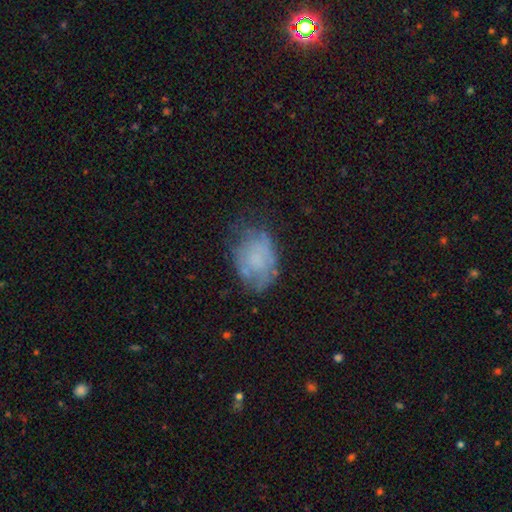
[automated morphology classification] A smooth galaxy with no disk features (54%) that is in between round and cigar-shaped (75%). Merging: none (55%).